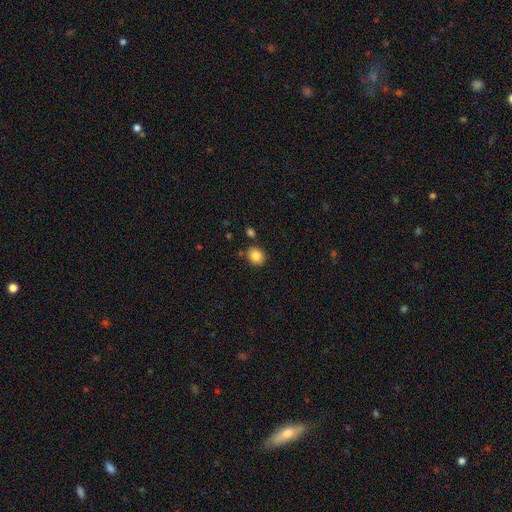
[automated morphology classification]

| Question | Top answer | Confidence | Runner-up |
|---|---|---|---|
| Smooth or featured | smooth | 84% | star or artifact (10%) |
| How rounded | round | 62% | in between (37%) |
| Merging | none | 81% | minor disturbance (11%) |